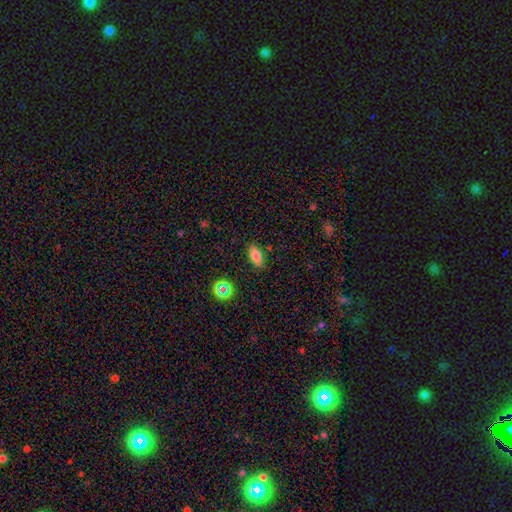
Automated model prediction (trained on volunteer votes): smooth_or_featured: smooth (p=0.79) [alt: star or artifact p=0.12]
how_rounded: in between (p=0.84) [alt: cigar-shaped p=0.11]
merging: none (p=0.85) [alt: minor disturbance p=0.11]